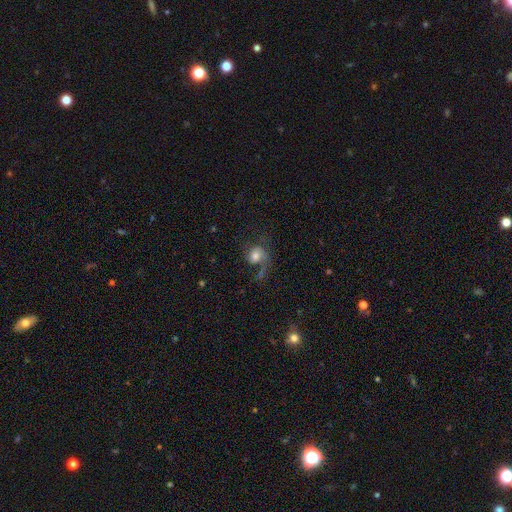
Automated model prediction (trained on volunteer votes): smooth_or_featured: smooth (p=0.46) [alt: featured or disk p=0.44]
merging: none (p=0.38) [tied with: major disturbance p=0.38]